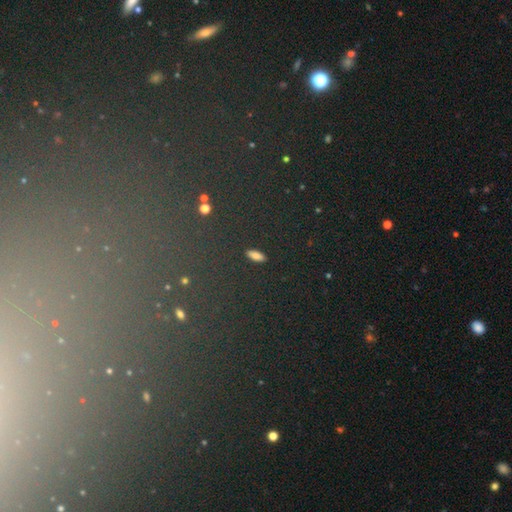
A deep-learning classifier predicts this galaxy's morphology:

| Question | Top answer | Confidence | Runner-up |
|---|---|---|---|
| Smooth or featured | smooth | 81% | star or artifact (12%) |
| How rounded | in between | 74% | cigar-shaped (22%) |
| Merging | none | 91% | minor disturbance (6%) |